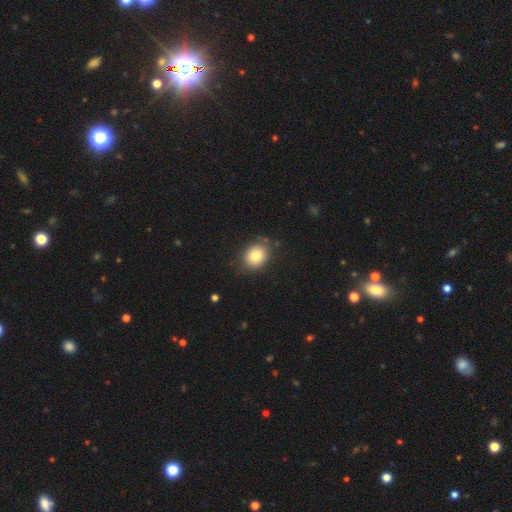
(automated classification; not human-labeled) Q: Smooth or featured?
A: smooth (80%); runner-up: featured or disk (10%)
Q: How rounded?
A: round (56%); runner-up: in between (43%)
Q: Merging?
A: none (80%); runner-up: minor disturbance (14%)